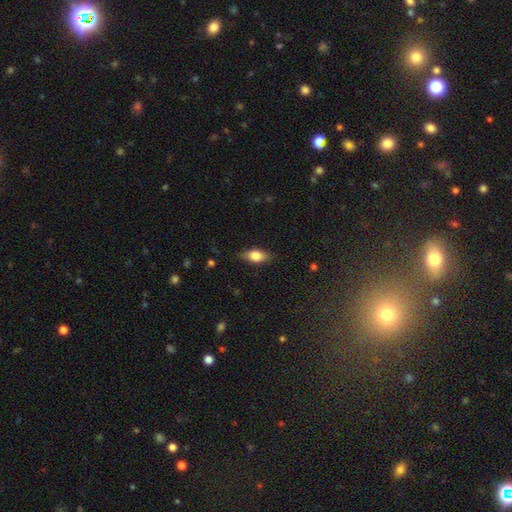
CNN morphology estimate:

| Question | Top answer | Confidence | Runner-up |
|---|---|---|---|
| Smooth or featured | smooth | 77% | featured or disk (16%) |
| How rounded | in between | 85% | cigar-shaped (10%) |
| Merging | none | 83% | minor disturbance (13%) |